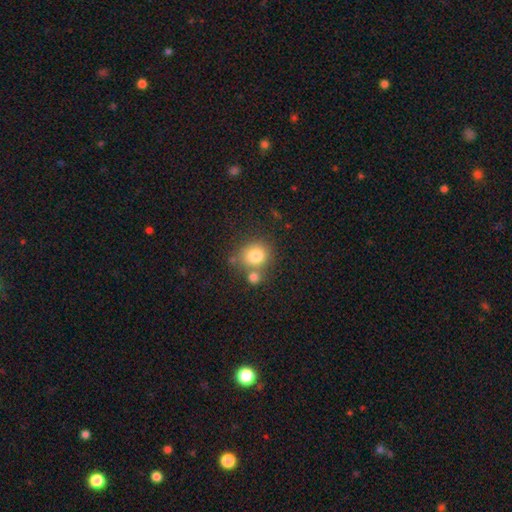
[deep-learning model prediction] Smooth or featured? Predicted: smooth (p=0.80). How rounded? Predicted: round (p=0.79). Merging? Predicted: none (p=0.59).